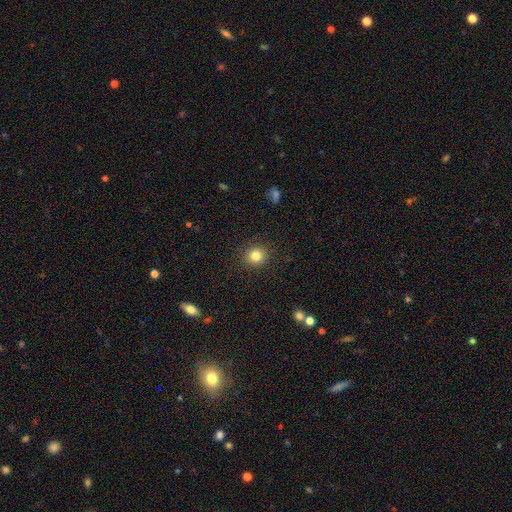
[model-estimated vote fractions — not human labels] A smooth galaxy with no disk features (83%) that is round (88%).

Vote fractions:
- Smooth or featured? smooth: 83% / star or artifact: 11% / featured or disk: 6%
- How rounded? round: 88% / in between: 11% / cigar-shaped: 1%
- Merging? none: 90% / minor disturbance: 7% / major disturbance: 2% / merger: 1%